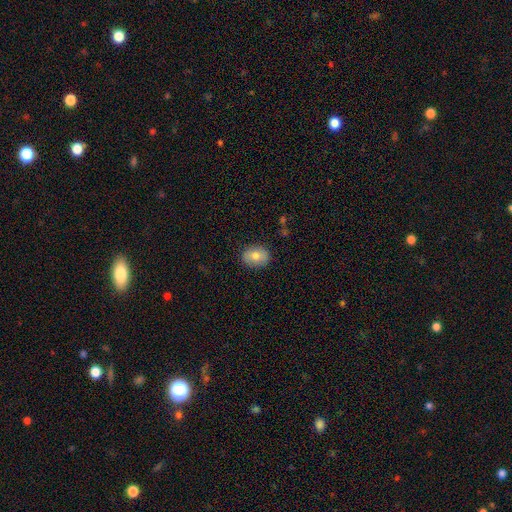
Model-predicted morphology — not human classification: type=smooth (77%); roundness=in between (64%); merging=none (87%).